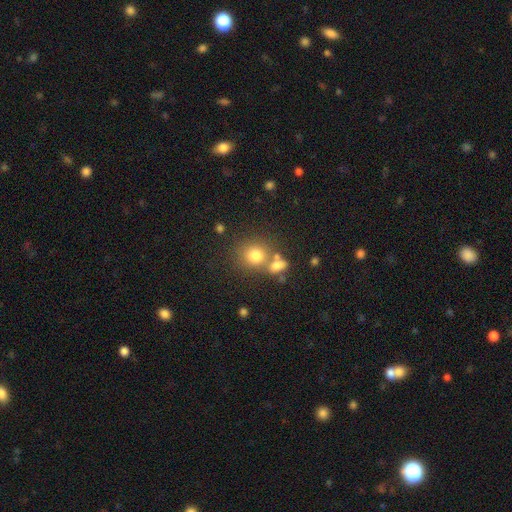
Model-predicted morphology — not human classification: smooth-or-featured: smooth: 77% | star or artifact: 13% | featured or disk: 10%
  how-rounded: round: 80% | in between: 19% | cigar-shaped: 1%
  merging: none: 55% | merger: 29% | minor disturbance: 10% | major disturbance: 5%